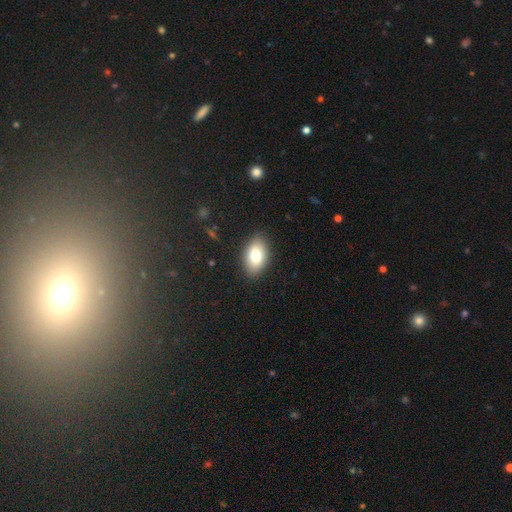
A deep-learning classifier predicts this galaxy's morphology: This is likely a smooth galaxy (77%). How rounded: clearly in between (91%). Merging: clearly none (87%).